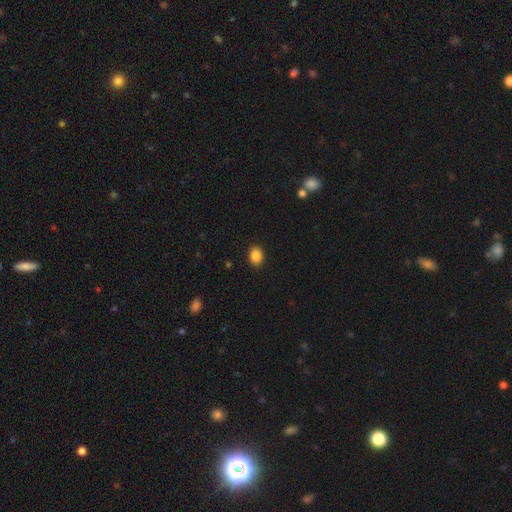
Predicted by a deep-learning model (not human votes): Q: Smooth or featured?
A: smooth (88%); runner-up: star or artifact (9%)
Q: How rounded?
A: in between (56%); runner-up: round (44%)
Q: Merging?
A: none (89%); runner-up: minor disturbance (8%)